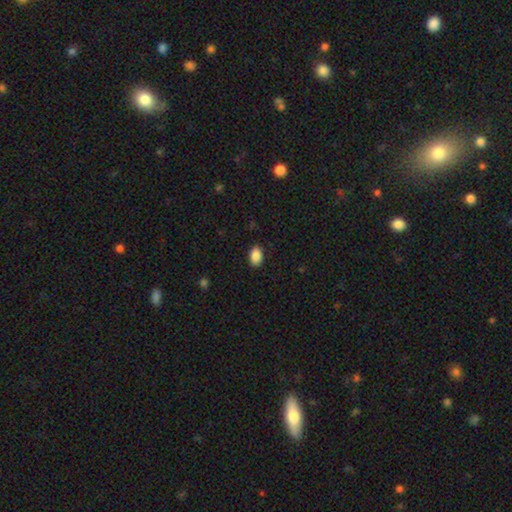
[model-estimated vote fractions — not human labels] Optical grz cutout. It shows a smooth galaxy with no disk features (89%) that is in between round and cigar-shaped (89%). Merging: none (89%).